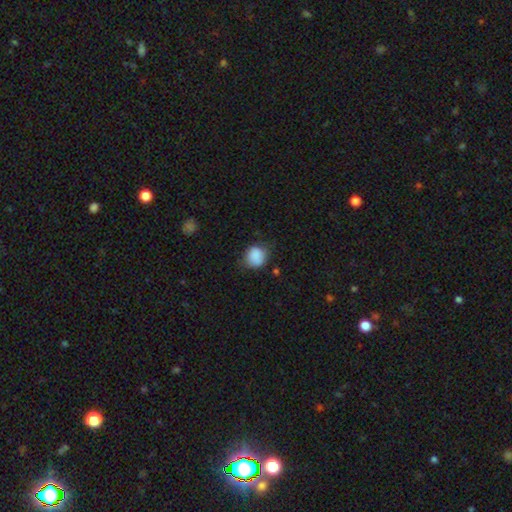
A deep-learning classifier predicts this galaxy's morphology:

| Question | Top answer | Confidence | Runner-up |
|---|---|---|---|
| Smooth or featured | smooth | 86% | star or artifact (8%) |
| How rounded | round | 75% | in between (25%) |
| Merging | none | 65% | minor disturbance (26%) |